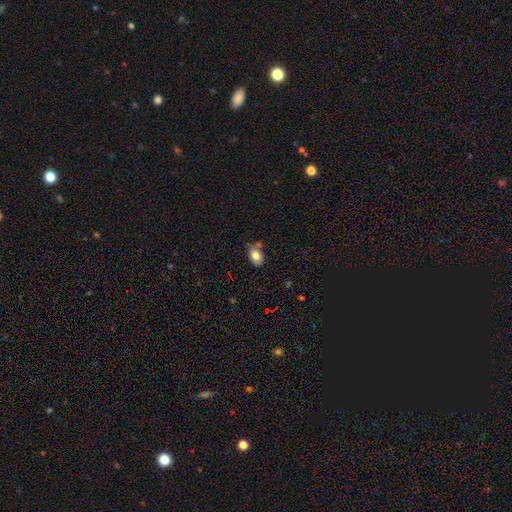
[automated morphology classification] smooth 80%, featured or disk 11%, star or artifact 9%. Down the decision tree: how rounded — in between (80%); merging — none (65%).